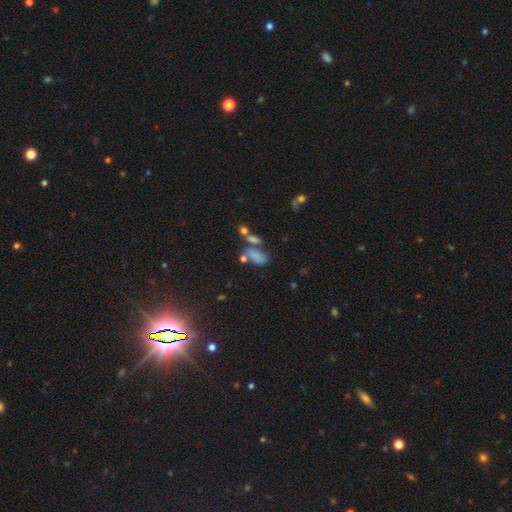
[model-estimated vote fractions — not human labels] Overall: smooth (72%). How rounded: in between (84%). Merging: none (36%; merger 35%).